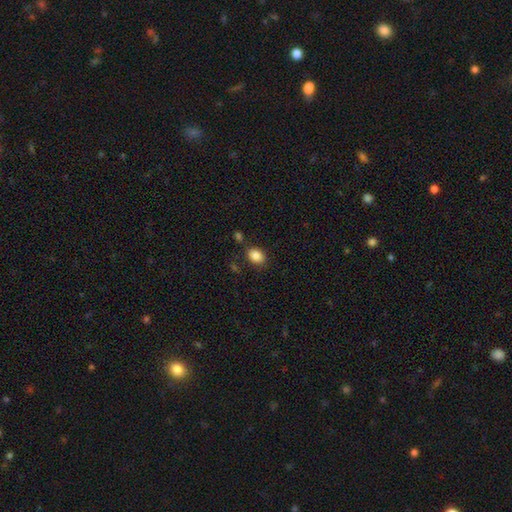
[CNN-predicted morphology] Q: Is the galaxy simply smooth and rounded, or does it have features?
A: smooth — 86%.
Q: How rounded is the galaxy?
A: in between — 70%.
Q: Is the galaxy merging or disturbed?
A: none — 79%.